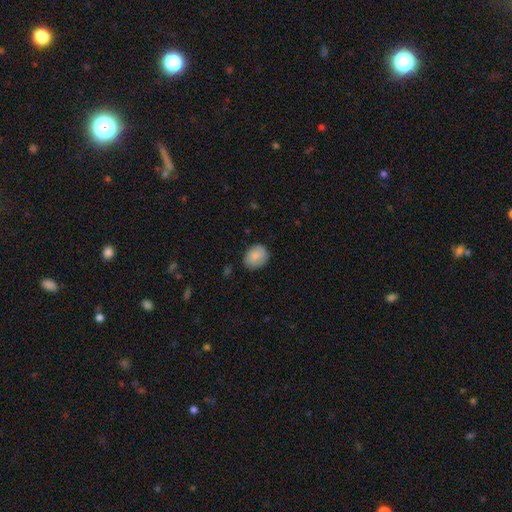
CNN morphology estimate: smooth 85%, featured or disk 8%, star or artifact 7%. Down the decision tree: how rounded — round (54%); merging — none (80%).